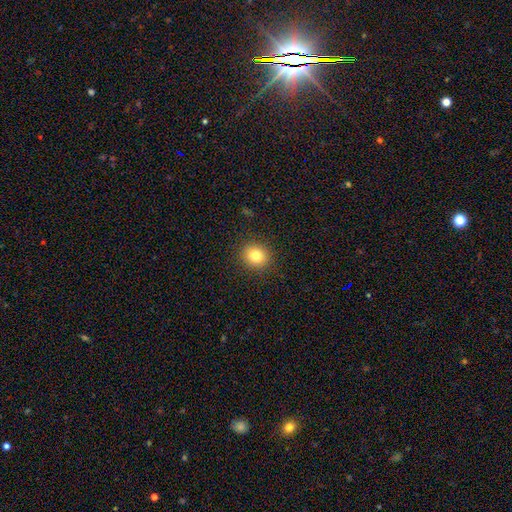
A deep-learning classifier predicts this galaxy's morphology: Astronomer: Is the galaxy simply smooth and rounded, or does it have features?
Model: smooth — 80%.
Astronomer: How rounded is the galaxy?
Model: round — 84%.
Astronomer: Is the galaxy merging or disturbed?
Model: none — 91%.